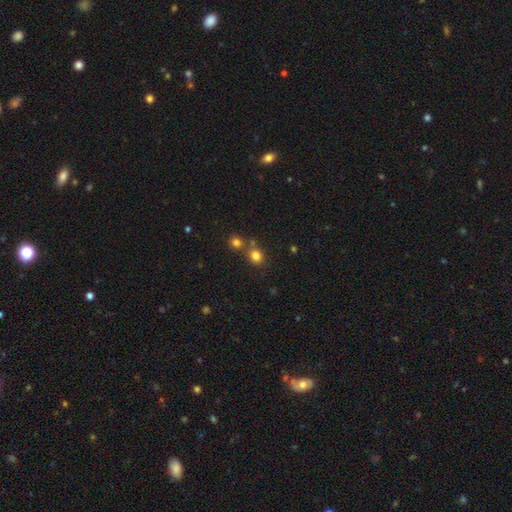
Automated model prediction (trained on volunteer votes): smooth-or-featured: smooth: 79% | star or artifact: 15% | featured or disk: 6%
  how-rounded: round: 81% | in between: 18% | cigar-shaped: 1%
  merging: none: 63% | merger: 26% | minor disturbance: 8% | major disturbance: 3%